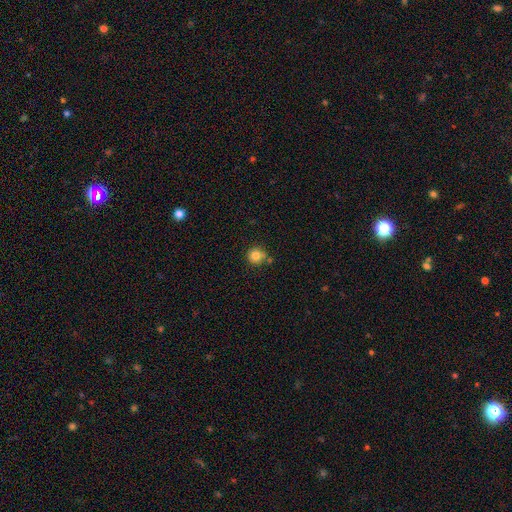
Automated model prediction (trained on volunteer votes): A smooth galaxy with no disk features (83%) that is round (92%).

Vote fractions:
- Smooth or featured? smooth: 83% / star or artifact: 11% / featured or disk: 6%
- How rounded? round: 92% / in between: 7% / cigar-shaped: 1%
- Merging? none: 68% / minor disturbance: 14% / merger: 14% / major disturbance: 4%